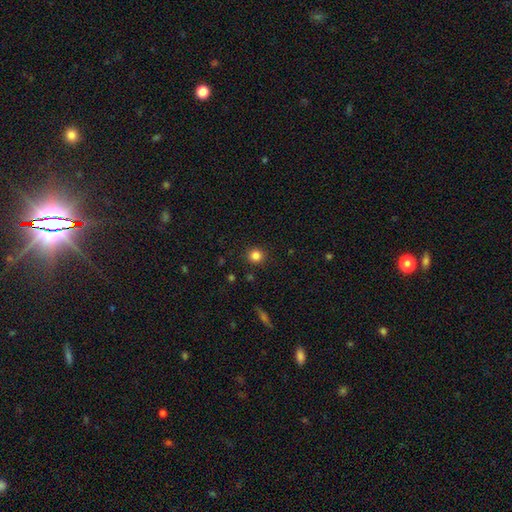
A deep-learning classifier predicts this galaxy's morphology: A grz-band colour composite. It shows a smooth galaxy with no disk features (84%) that is round (91%). Merging: none (90%).